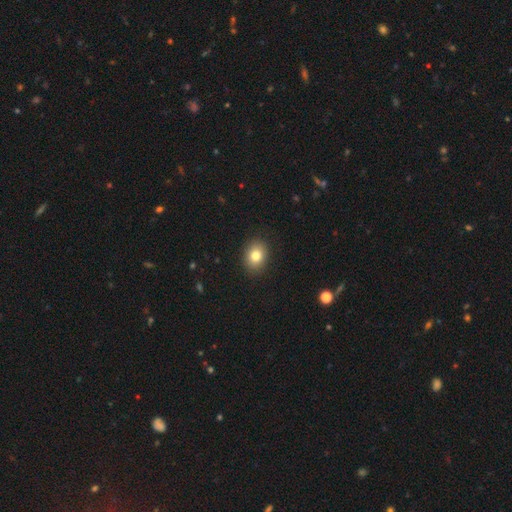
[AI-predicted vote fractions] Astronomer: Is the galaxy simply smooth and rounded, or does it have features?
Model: smooth — 81%.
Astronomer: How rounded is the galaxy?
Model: in between — 53% (runner-up: round, 46%).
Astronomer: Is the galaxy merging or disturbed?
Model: none — 90%.